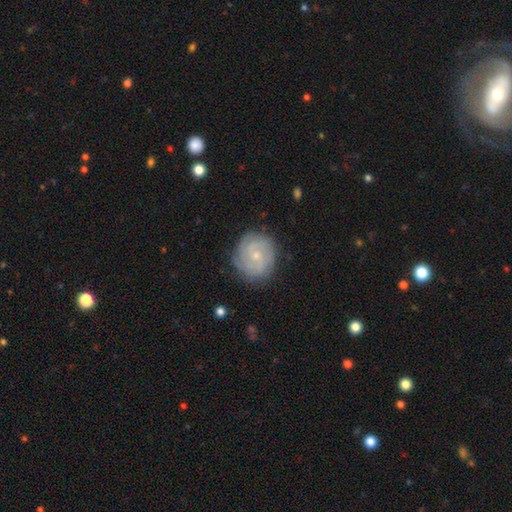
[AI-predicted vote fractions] Q: Smooth or featured?
A: featured or disk (72%); runner-up: smooth (21%)
Q: Edge-on disk?
A: no (98%); runner-up: yes (2%)
Q: Bar?
A: no (73%); runner-up: weak (24%)
Q: Spiral arms?
A: yes (92%); runner-up: no (8%)
Q: Spiral winding?
A: tight (70%); runner-up: medium (24%)
Q: Spiral arm count?
A: can't tell (34%); runner-up: 3 (23%)
Q: Bulge size?
A: small (74%); runner-up: moderate (23%)
Q: Merging?
A: none (81%); runner-up: minor disturbance (14%)